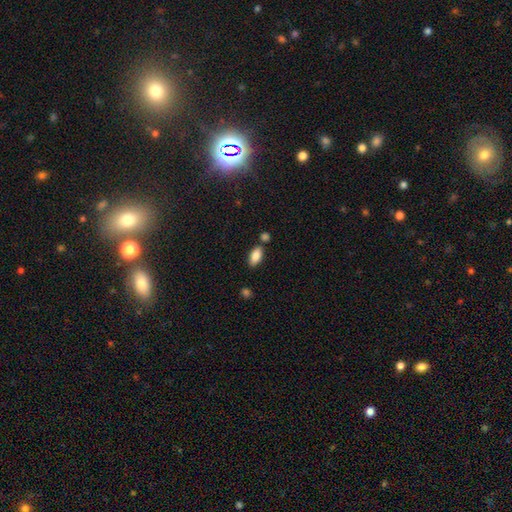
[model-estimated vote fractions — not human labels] The model was most divided on "merging": none: 76%, minor disturbance: 12%, merger: 9%, major disturbance: 3%. More confident: how rounded — in between (90%); smooth or featured — smooth (85%).